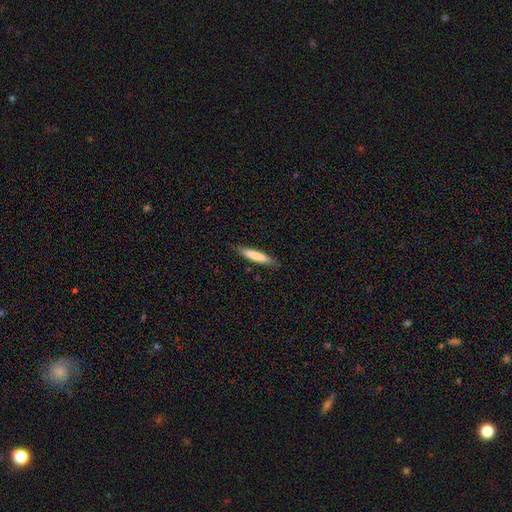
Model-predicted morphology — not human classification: Smooth or featured?
  - smooth: 77% *
  - featured or disk: 18%
  - star or artifact: 6%
How rounded?
  - cigar-shaped: 90% *
  - in between: 9%
  - round: 1%
Merging?
  - none: 85% *
  - minor disturbance: 12%
  - major disturbance: 2%
  - merger: 1%